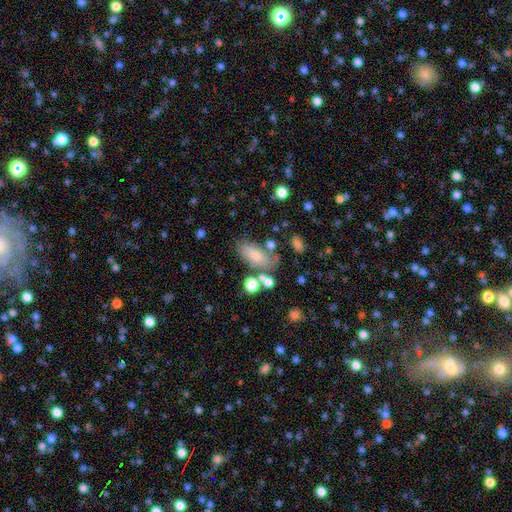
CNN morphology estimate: Q: Smooth or featured?
A: smooth (67%); runner-up: featured or disk (23%)
Q: How rounded?
A: in between (85%); runner-up: cigar-shaped (9%)
Q: Merging?
A: none (57%); runner-up: minor disturbance (19%)